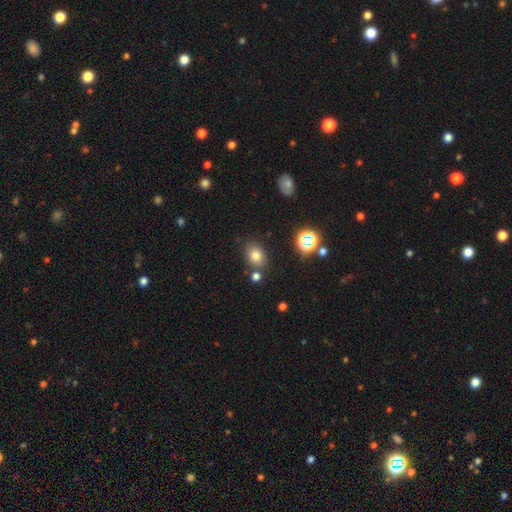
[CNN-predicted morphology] This is likely a smooth galaxy (75%). How rounded: likely in between (60%). Merging: likely none (77%).